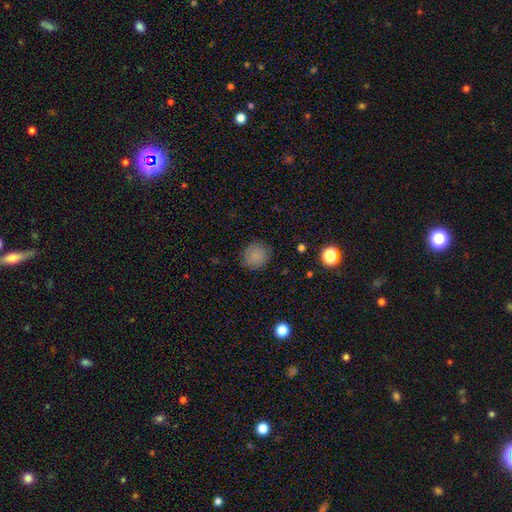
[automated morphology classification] smooth 83%, star or artifact 11%, featured or disk 6%. Down the decision tree: how rounded — round (88%); merging — none (84%).